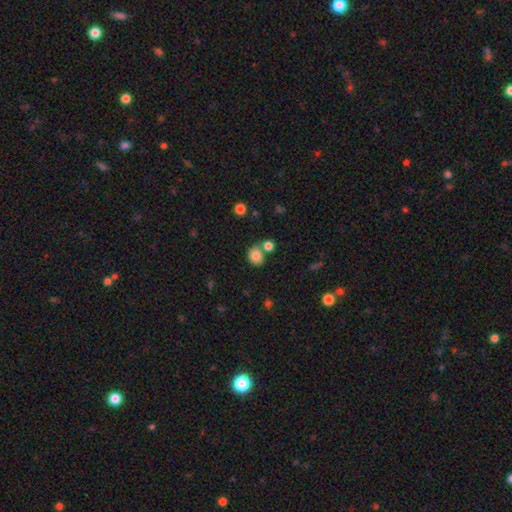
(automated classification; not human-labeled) Smooth or featured?
  - smooth: 83% *
  - star or artifact: 11%
  - featured or disk: 7%
How rounded?
  - round: 71% *
  - in between: 28%
  - cigar-shaped: 1%
Merging?
  - none: 59% *
  - merger: 26%
  - minor disturbance: 11%
  - major disturbance: 4%